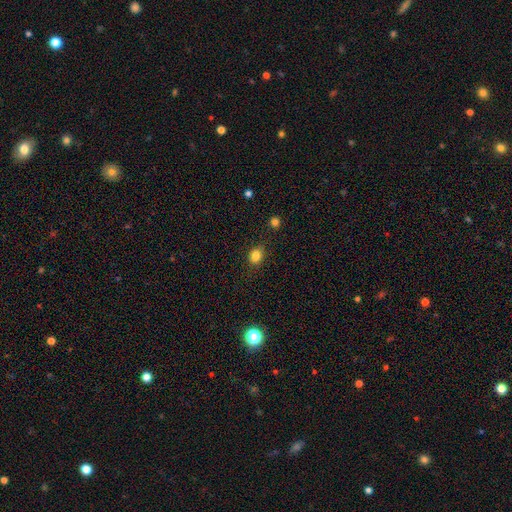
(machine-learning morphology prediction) The model was most divided on "how rounded": in between: 57%, round: 42%, cigar-shaped: 1%. More confident: smooth or featured — smooth (83%); merging — none (79%).